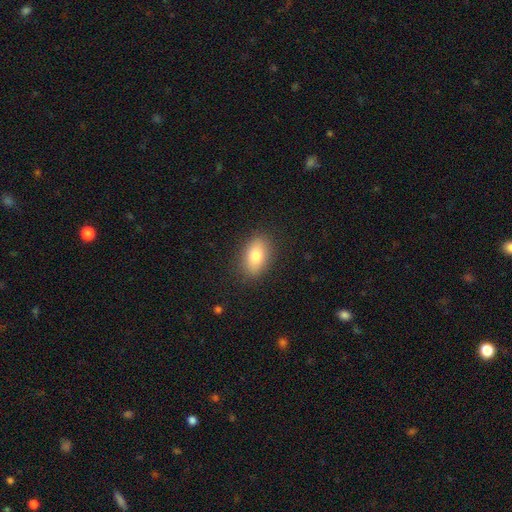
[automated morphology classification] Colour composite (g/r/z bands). It shows a smooth galaxy with no disk features (79%) that is in between round and cigar-shaped (86%). Merging: none (87%).